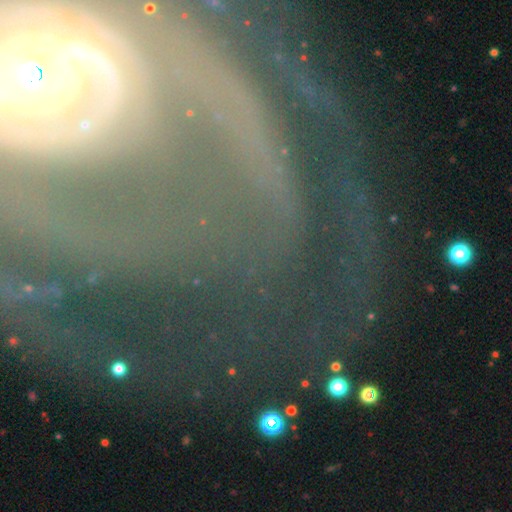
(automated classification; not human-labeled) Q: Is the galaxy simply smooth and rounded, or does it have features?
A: featured or disk — 65%.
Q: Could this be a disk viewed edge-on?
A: no — 90%.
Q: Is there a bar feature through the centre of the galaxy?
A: strong — 40%.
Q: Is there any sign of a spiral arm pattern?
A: yes — 82%.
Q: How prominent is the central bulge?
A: moderate — 42%.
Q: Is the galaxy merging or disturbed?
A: none — 70%.